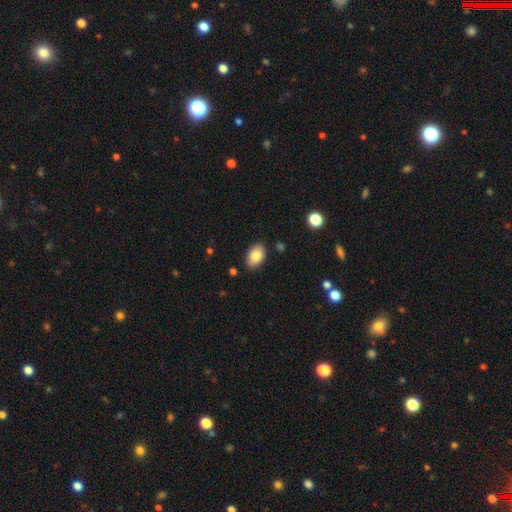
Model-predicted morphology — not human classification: smooth_or_featured: smooth (p=0.85) [alt: featured or disk p=0.08]
how_rounded: in between (p=0.88) [alt: round p=0.11]
merging: none (p=0.87) [alt: minor disturbance p=0.09]